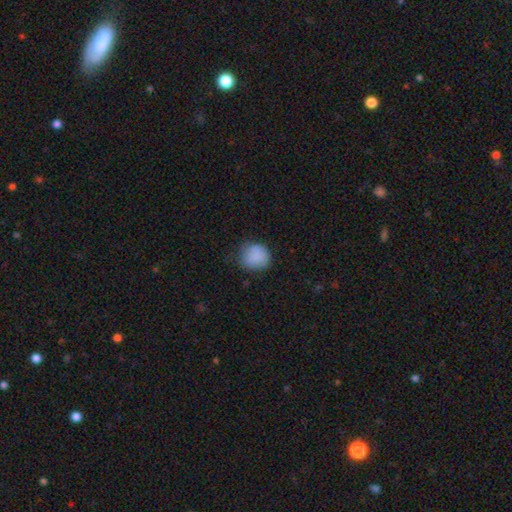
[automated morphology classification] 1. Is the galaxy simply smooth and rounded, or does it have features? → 87% smooth, 8% star or artifact, 5% featured or disk.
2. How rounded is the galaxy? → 85% round, 14% in between, 1% cigar-shaped.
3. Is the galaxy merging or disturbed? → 69% none, 24% minor disturbance, 6% major disturbance, 1% merger.